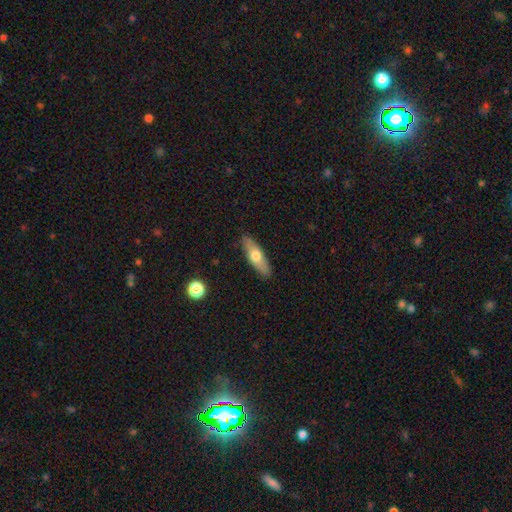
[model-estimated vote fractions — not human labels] Smooth or featured? Predicted: smooth (p=0.58). How rounded? Predicted: cigar-shaped (p=0.53). Merging? Predicted: none (p=0.88).